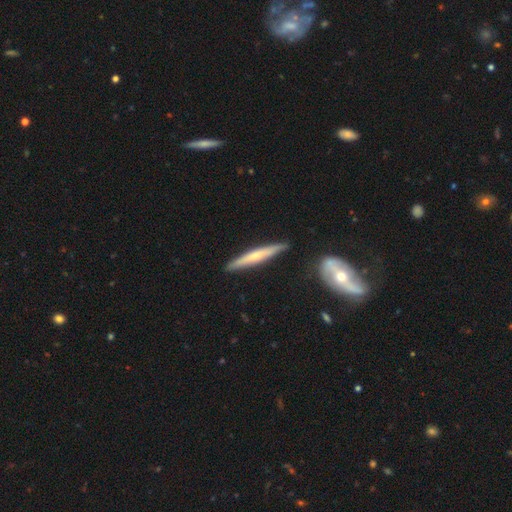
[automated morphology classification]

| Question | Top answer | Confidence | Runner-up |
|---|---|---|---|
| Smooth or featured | featured or disk | 51% | smooth (44%) |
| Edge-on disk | yes | 95% | no (5%) |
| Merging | none | 87% | minor disturbance (9%) |